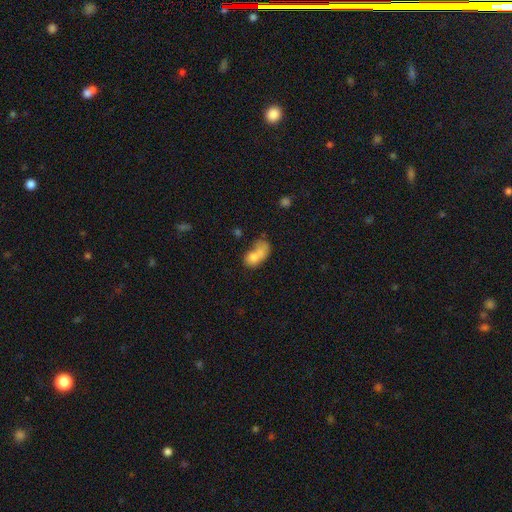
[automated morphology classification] smooth-or-featured: smooth: 71% | featured or disk: 20% | star or artifact: 9%
  how-rounded: in between: 75% | round: 22% | cigar-shaped: 2%
  merging: merger: 59% | none: 19% | minor disturbance: 11% | major disturbance: 11%